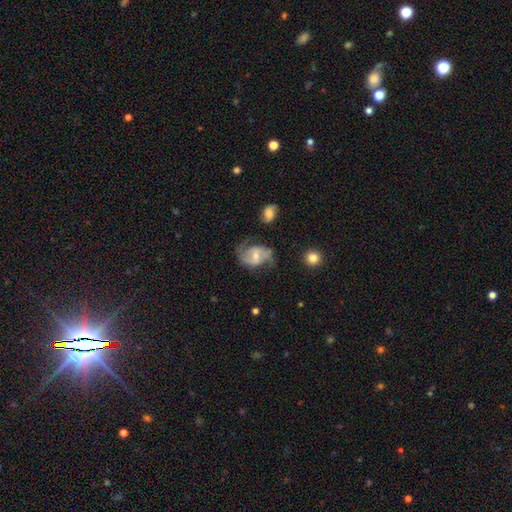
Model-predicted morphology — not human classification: The model was most divided on "bulge size": moderate: 52%, small: 40%, large: 4%, none: 3%, dominant: 1%. Remaining: edge-on disk — no (97%); spiral arms — yes (91%); spiral arm count — 2 (87%); smooth or featured — featured or disk (77%); merging — none (59%); bar — weak (48%); spiral winding — medium (48%).